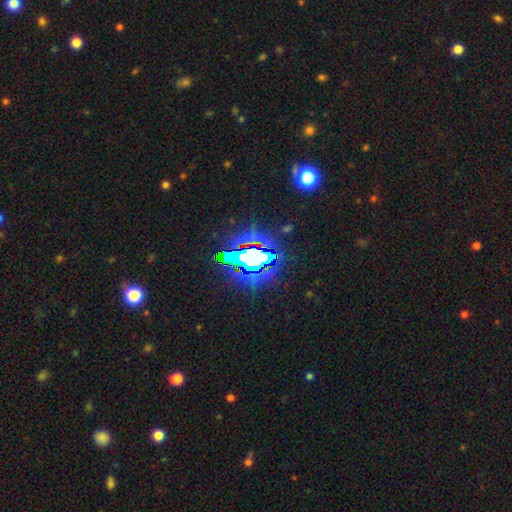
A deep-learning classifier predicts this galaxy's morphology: Q: Smooth or featured?
A: star or artifact (83%); runner-up: smooth (9%)